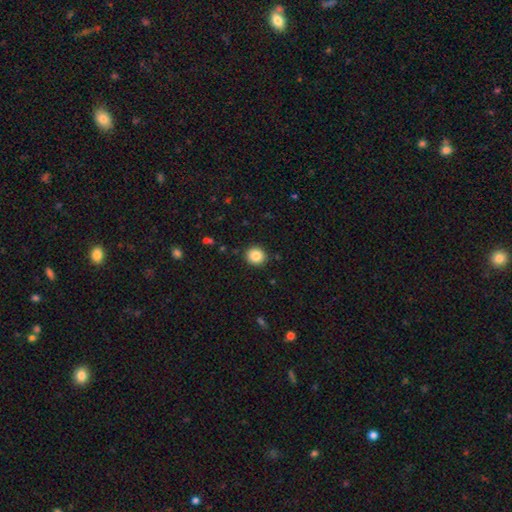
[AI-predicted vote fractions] Smooth or featured?
  - smooth: 85% *
  - star or artifact: 9%
  - featured or disk: 6%
How rounded?
  - round: 88% *
  - in between: 11%
  - cigar-shaped: 1%
Merging?
  - none: 91% *
  - minor disturbance: 6%
  - major disturbance: 2%
  - merger: 1%